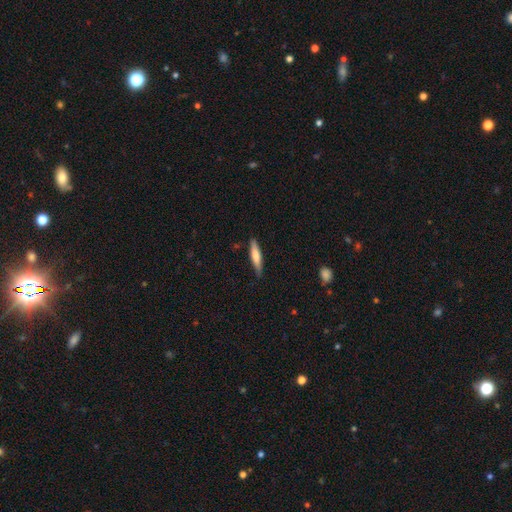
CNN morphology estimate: Smooth or featured? Predicted: smooth (p=0.65). How rounded? Predicted: cigar-shaped (p=0.85). Merging? Predicted: none (p=0.82).